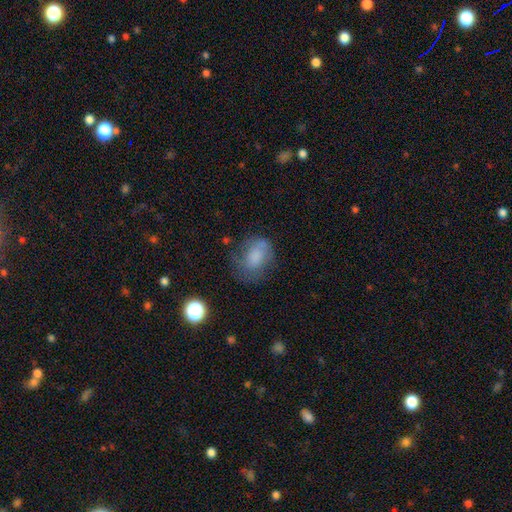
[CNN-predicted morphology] smooth-or-featured: smooth: 65% | featured or disk: 24% | star or artifact: 11%
  how-rounded: in between: 67% | round: 32% | cigar-shaped: 1%
  merging: none: 51% | minor disturbance: 27% | major disturbance: 19% | merger: 3%